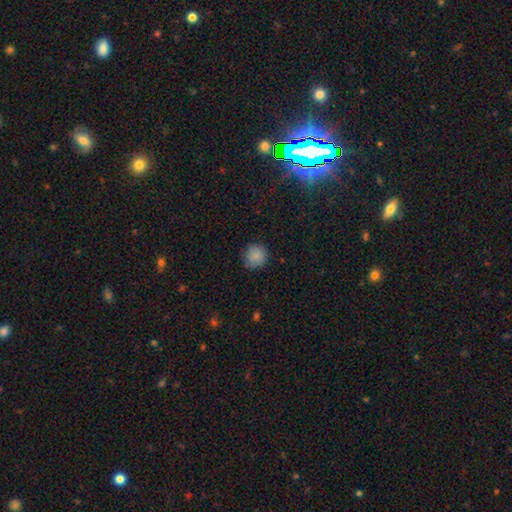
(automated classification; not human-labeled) Smooth or featured? Predicted: smooth (p=0.86). How rounded? Predicted: round (p=0.91). Merging? Predicted: none (p=0.84).